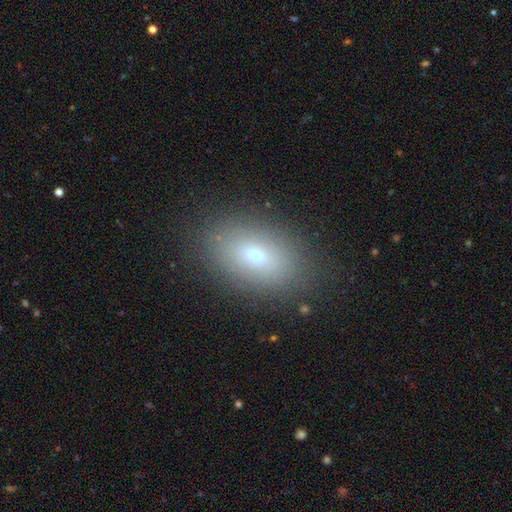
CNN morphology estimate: The model was most divided on "smooth or featured": smooth: 67%, featured or disk: 20%, star or artifact: 13%. More confident: how rounded — in between (87%); merging — none (82%).